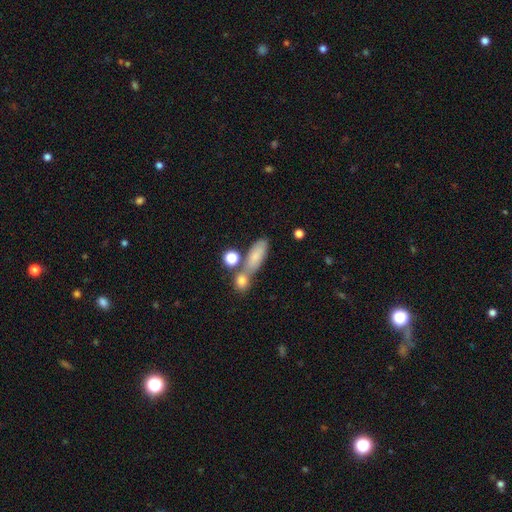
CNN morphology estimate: A smooth galaxy with no disk features (78%) that is in between round and cigar-shaped (67%).

Vote fractions:
- Smooth or featured? smooth: 78% / featured or disk: 14% / star or artifact: 8%
- How rounded? in between: 67% / cigar-shaped: 26% / round: 6%
- Merging? none: 49% / merger: 29% / minor disturbance: 15% / major disturbance: 6%